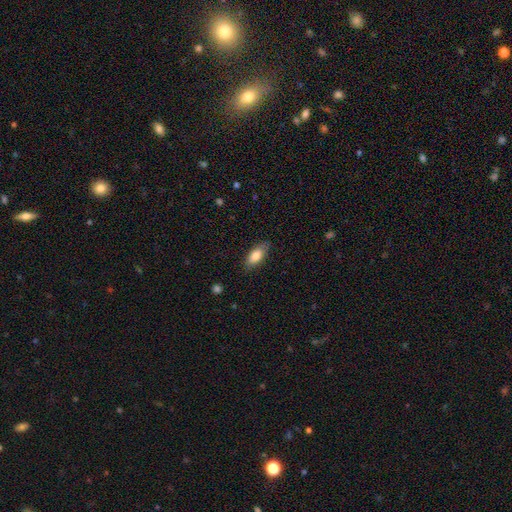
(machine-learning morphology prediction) A smooth galaxy with no disk features (80%) that is in between round and cigar-shaped (81%). Merging: none (82%).